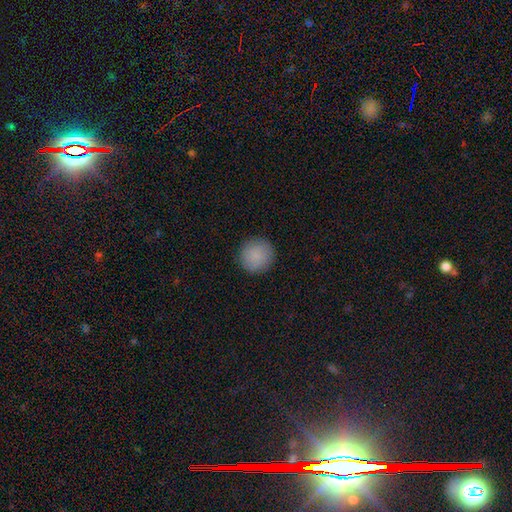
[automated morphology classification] This is clearly a smooth galaxy (89%). How rounded: clearly round (95%). Merging: clearly none (91%).